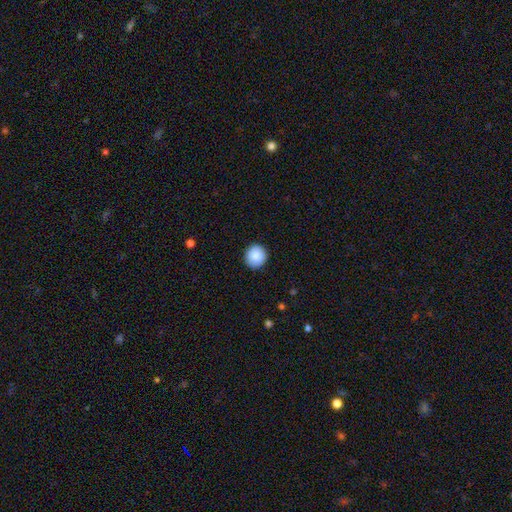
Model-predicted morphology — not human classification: smooth 88%, star or artifact 7%, featured or disk 5%. Down the decision tree: how rounded — round (94%); merging — none (92%).